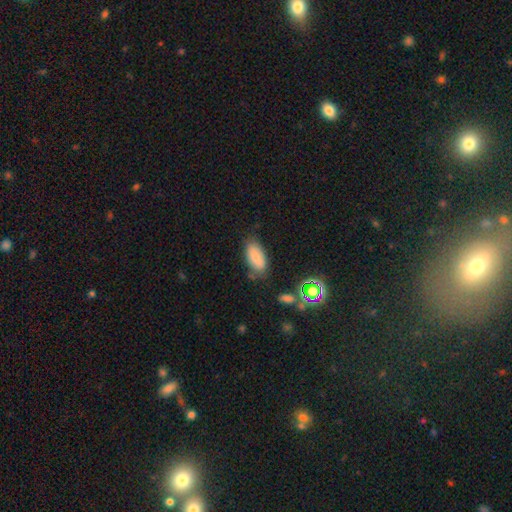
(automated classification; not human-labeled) A smooth galaxy with no disk features (82%) that is in between round and cigar-shaped (91%). Merging: none (69%).